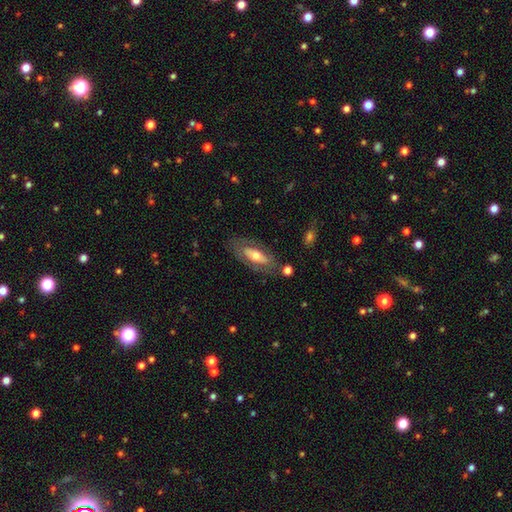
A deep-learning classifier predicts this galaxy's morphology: The model was most divided on "smooth or featured": featured or disk: 52%, smooth: 42%, star or artifact: 6%. More confident: merging — none (75%); edge-on disk — no (74%).